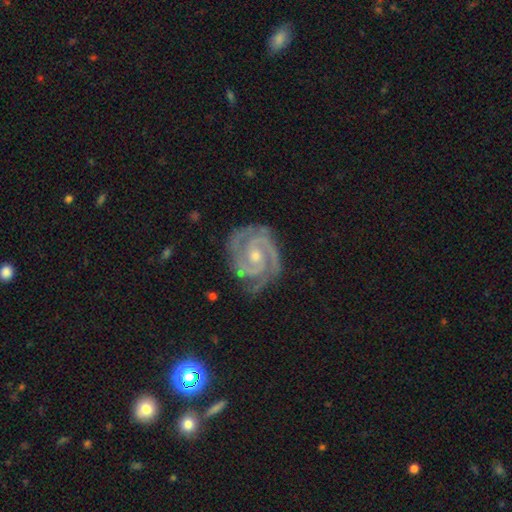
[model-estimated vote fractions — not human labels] Morphology: type=featured or disk (93%); edge-on=no (98%); bar=no (56%); spiral arms=yes (99%); winding=tight (70%); arm count=2 (73%); bulge=moderate (48%, tied with small); merging=none (76%).